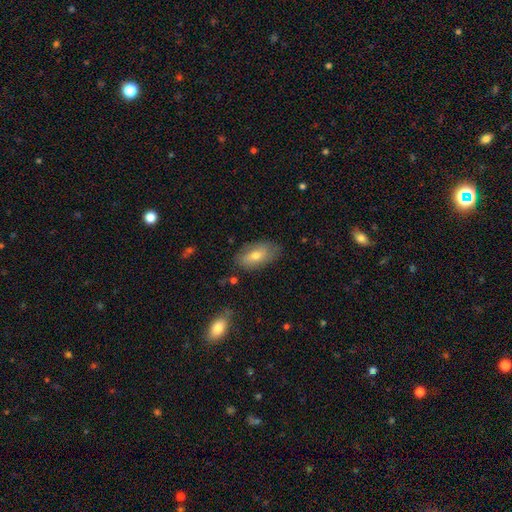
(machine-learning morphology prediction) Q: Smooth or featured?
A: smooth (65%); runner-up: featured or disk (27%)
Q: How rounded?
A: in between (91%); runner-up: cigar-shaped (5%)
Q: Merging?
A: none (77%); runner-up: minor disturbance (17%)